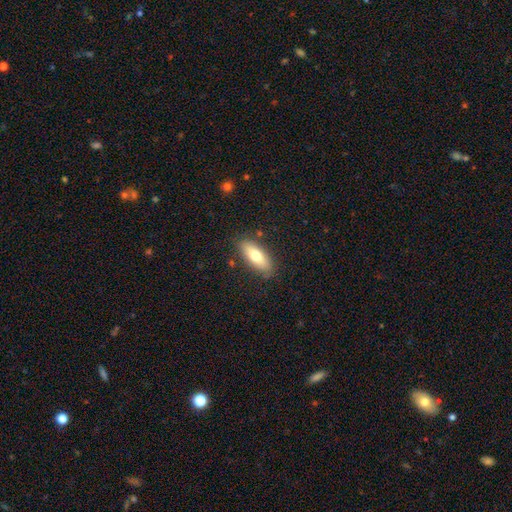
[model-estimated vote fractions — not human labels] This appears to be a smooth galaxy with no disk features (69%) that is in between round and cigar-shaped (73%). Merging: none (84%).